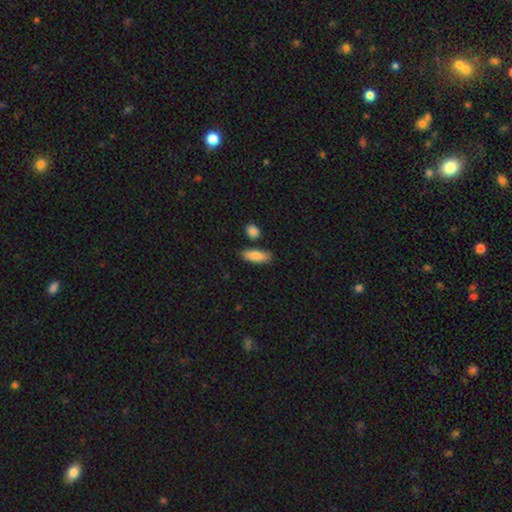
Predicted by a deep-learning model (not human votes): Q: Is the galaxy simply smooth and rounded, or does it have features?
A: smooth — 85%.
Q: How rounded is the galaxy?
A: in between — 73%.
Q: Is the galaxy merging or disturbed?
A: none — 78%.